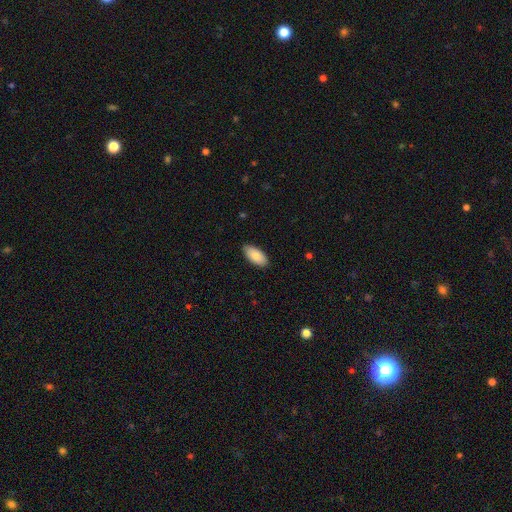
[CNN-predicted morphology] This appears to be a smooth galaxy with no disk features (86%) that is in between round and cigar-shaped (94%). Merging: none (87%).